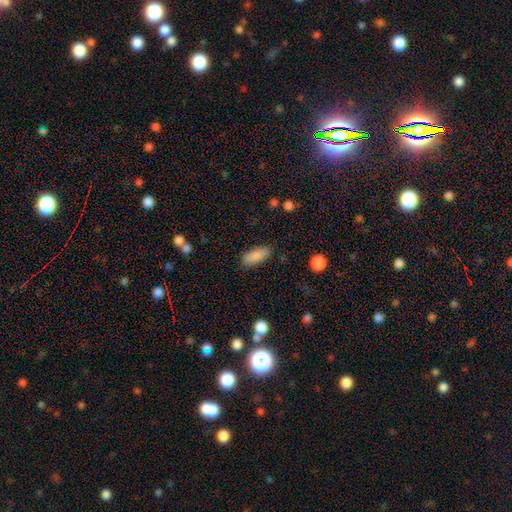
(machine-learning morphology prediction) This appears to be a smooth galaxy with no disk features (86%) that is in between round and cigar-shaped (77%). Merging: none (84%).